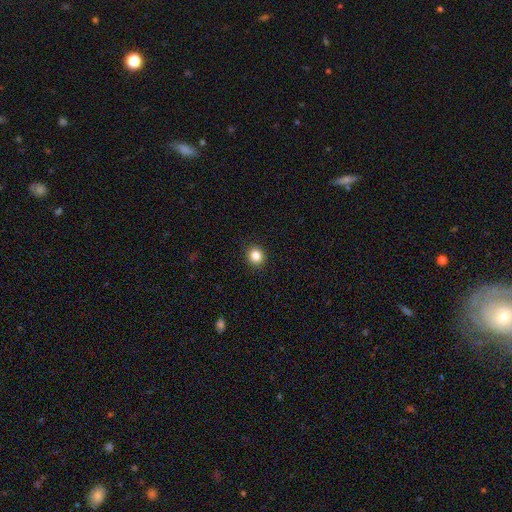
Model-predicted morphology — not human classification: Q: Smooth or featured?
A: smooth (85%); runner-up: star or artifact (11%)
Q: How rounded?
A: round (87%); runner-up: in between (12%)
Q: Merging?
A: none (92%); runner-up: minor disturbance (5%)